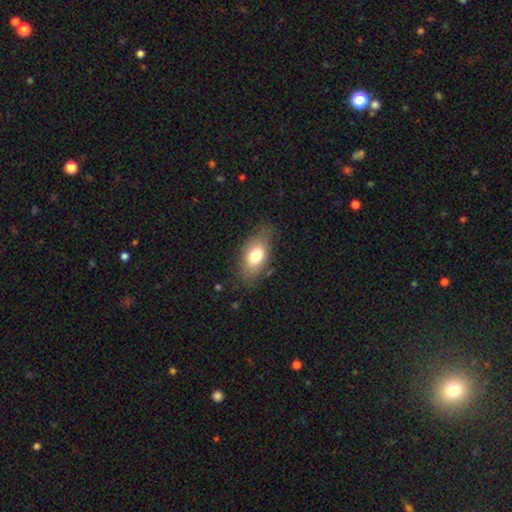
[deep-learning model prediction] Smooth or featured?
  - smooth: 75% *
  - featured or disk: 18%
  - star or artifact: 8%
How rounded?
  - in between: 88% *
  - round: 7%
  - cigar-shaped: 5%
Merging?
  - none: 73% *
  - minor disturbance: 20%
  - major disturbance: 6%
  - merger: 1%